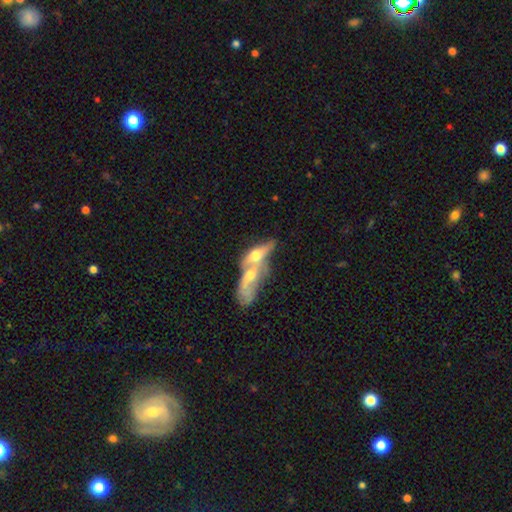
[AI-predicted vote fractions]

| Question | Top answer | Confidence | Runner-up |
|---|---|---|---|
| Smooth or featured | featured or disk | 54% | smooth (38%) |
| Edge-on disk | no | 55% | yes (45%) |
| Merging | merger | 73% | none (13%) |